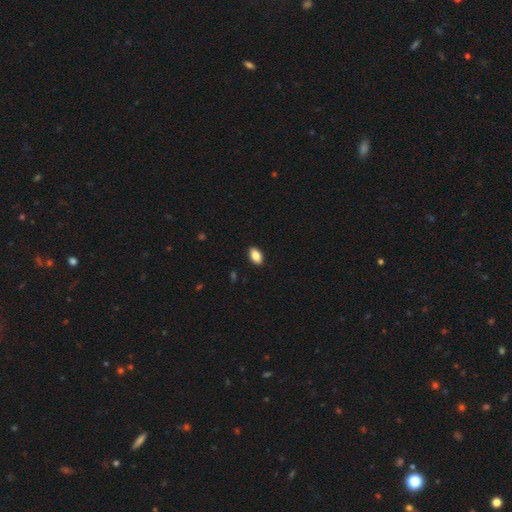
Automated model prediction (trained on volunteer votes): Overall: smooth (87%). How rounded: in between (91%). Merging: none (90%).